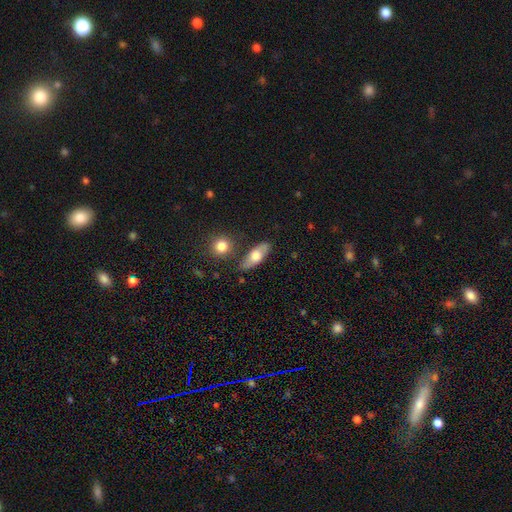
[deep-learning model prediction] smooth-or-featured: smooth: 63% | featured or disk: 31% | star or artifact: 6%
  how-rounded: in between: 71% | cigar-shaped: 24% | round: 5%
  merging: none: 75% | minor disturbance: 14% | merger: 7% | major disturbance: 4%